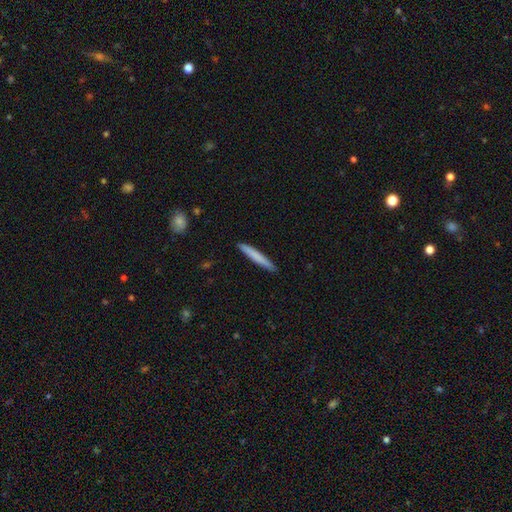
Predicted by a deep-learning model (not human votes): smooth 75%, featured or disk 20%, star or artifact 5%. Down the decision tree: how rounded — cigar-shaped (96%); merging — none (91%).